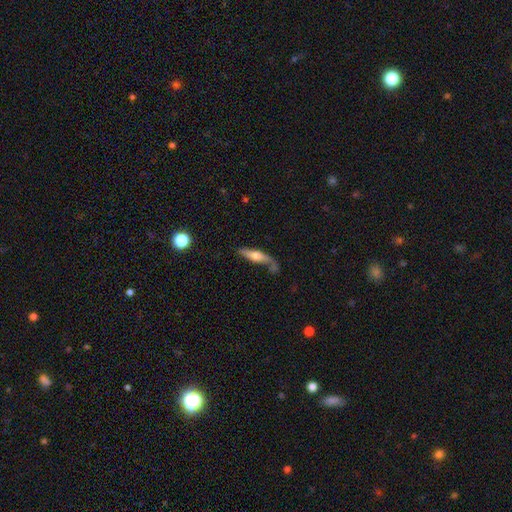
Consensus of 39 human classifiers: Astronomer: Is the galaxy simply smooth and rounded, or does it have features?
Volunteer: featured or disk — 49% (runner-up: smooth, 44%).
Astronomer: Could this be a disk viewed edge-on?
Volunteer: yes — 74%.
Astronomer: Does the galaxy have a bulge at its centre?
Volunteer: rounded — 100%.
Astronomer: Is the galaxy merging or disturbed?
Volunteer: none — 47% (runner-up: minor disturbance, 25%).